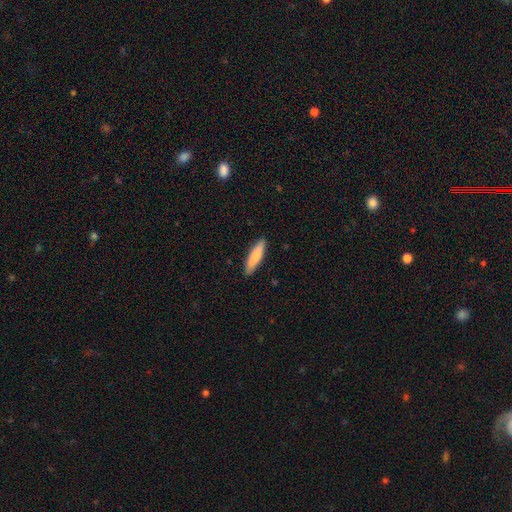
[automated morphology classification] smooth-or-featured: smooth: 79% | featured or disk: 16% | star or artifact: 5%
  how-rounded: cigar-shaped: 77% | in between: 22% | round: 1%
  merging: none: 89% | minor disturbance: 8% | major disturbance: 2% | merger: 1%